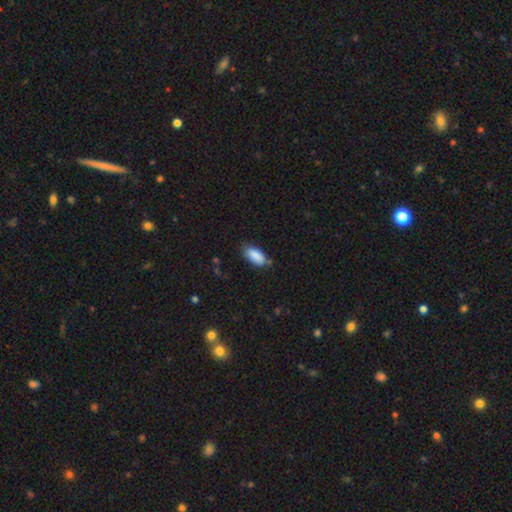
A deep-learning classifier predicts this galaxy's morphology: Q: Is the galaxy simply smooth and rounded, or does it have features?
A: smooth — 89%.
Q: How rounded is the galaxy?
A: in between — 90%.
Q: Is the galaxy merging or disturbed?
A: none — 74%.